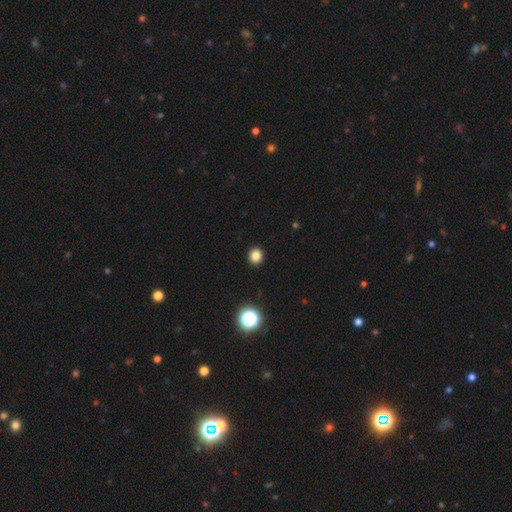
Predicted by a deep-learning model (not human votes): A smooth galaxy with no disk features (83%) that is round (84%). Merging: none (93%).